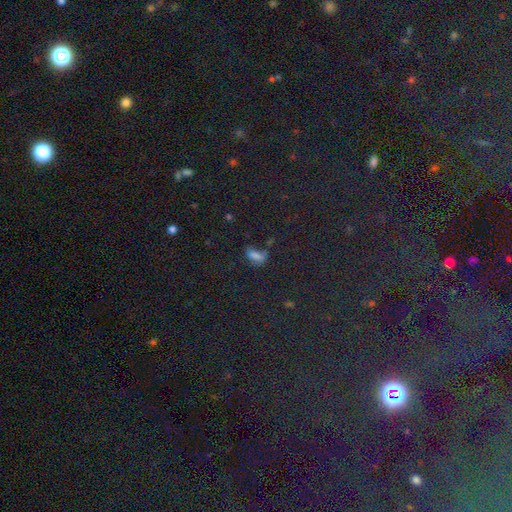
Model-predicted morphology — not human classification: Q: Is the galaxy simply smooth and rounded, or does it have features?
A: smooth — 57%.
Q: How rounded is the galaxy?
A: in between — 75%.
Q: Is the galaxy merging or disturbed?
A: none — 45%.